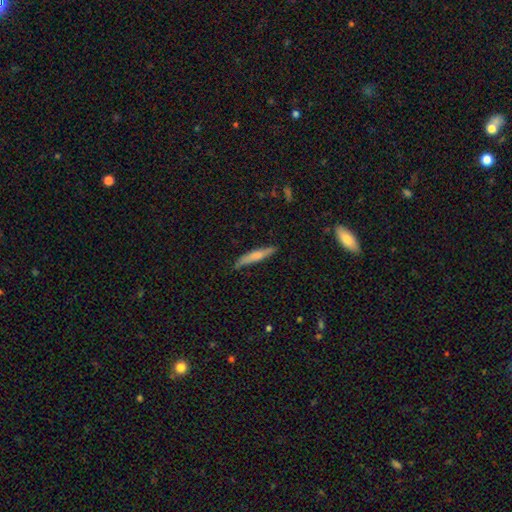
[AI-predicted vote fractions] smooth-or-featured: smooth: 65% | featured or disk: 29% | star or artifact: 6%
  how-rounded: cigar-shaped: 91% | in between: 8% | round: 1%
  merging: none: 80% | minor disturbance: 16% | major disturbance: 3% | merger: 2%